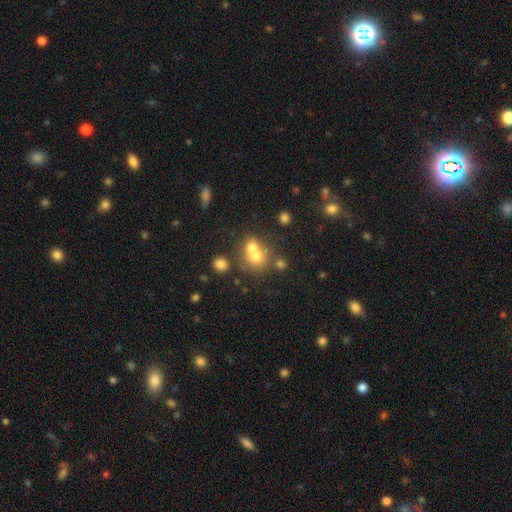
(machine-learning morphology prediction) Smooth or featured: smooth — 66% (featured or disk — 18%)
How rounded: round — 74% (in between — 25%)
Merging: merger — 55% (none — 34%)